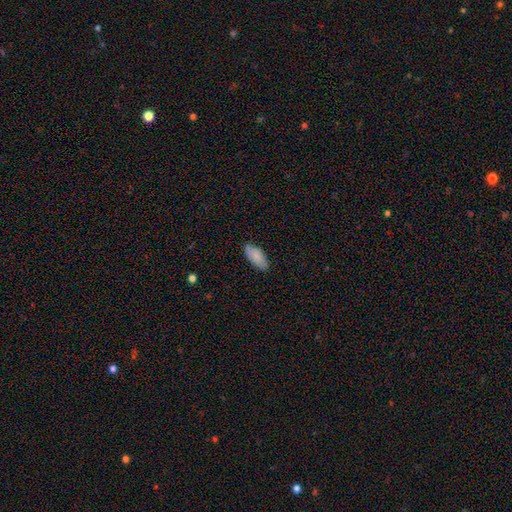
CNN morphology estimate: Q: Smooth or featured?
A: smooth (85%); runner-up: featured or disk (9%)
Q: How rounded?
A: in between (90%); runner-up: cigar-shaped (8%)
Q: Merging?
A: none (80%); runner-up: minor disturbance (16%)